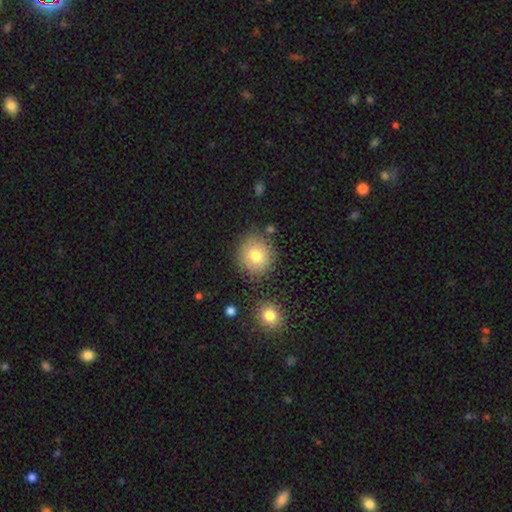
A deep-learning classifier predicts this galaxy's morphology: Smooth or featured? Predicted: smooth (p=0.78). How rounded? Predicted: round (p=0.87). Merging? Predicted: none (p=0.82).